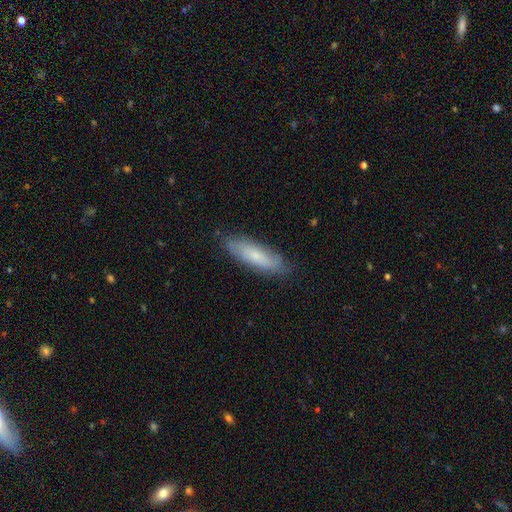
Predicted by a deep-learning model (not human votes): Smooth or featured? Predicted: smooth (p=0.65). How rounded? Predicted: cigar-shaped (p=0.54). Merging? Predicted: none (p=0.81).